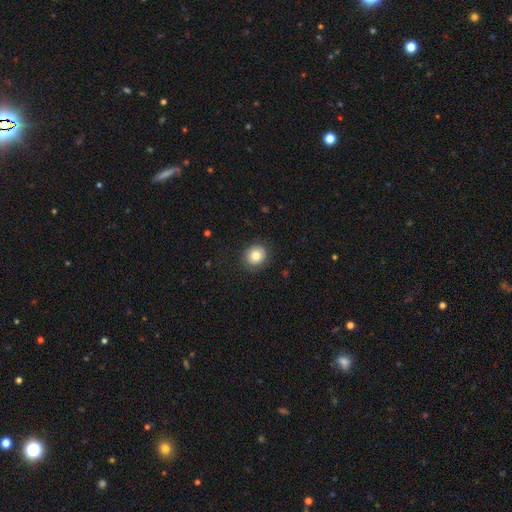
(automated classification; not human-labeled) Smooth or featured? smooth (79%)
How rounded? round (83%)
Merging? none (88%)